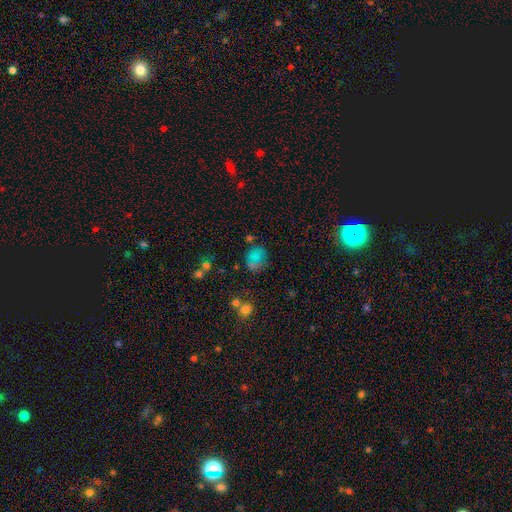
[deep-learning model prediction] Smooth or featured: smooth — 67% (star or artifact — 17%)
How rounded: round — 68% (in between — 31%)
Merging: none — 57% (minor disturbance — 21%)